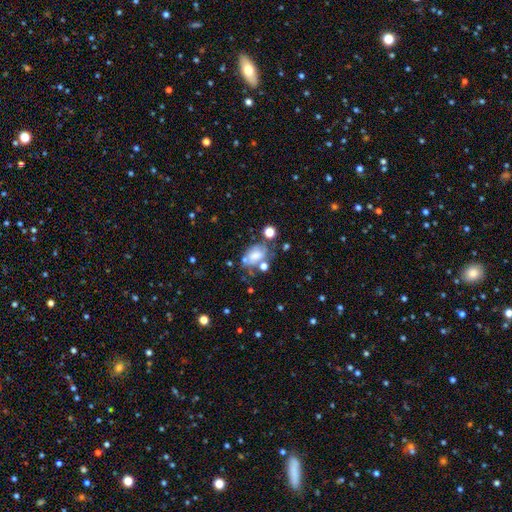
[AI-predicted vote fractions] A smooth galaxy with no disk features (52%) that is in between round and cigar-shaped (82%). Merging: none (37%).